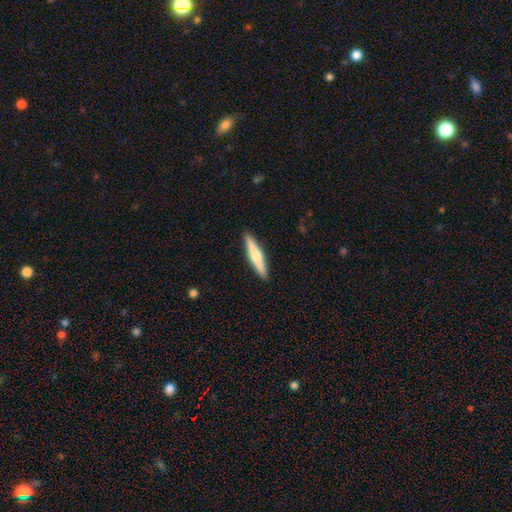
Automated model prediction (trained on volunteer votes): A smooth galaxy with no disk features (48%).

Vote fractions:
- Smooth or featured? smooth: 48% / featured or disk: 47% / star or artifact: 5%
- Merging? none: 91% / minor disturbance: 7% / major disturbance: 1% / merger: 1%